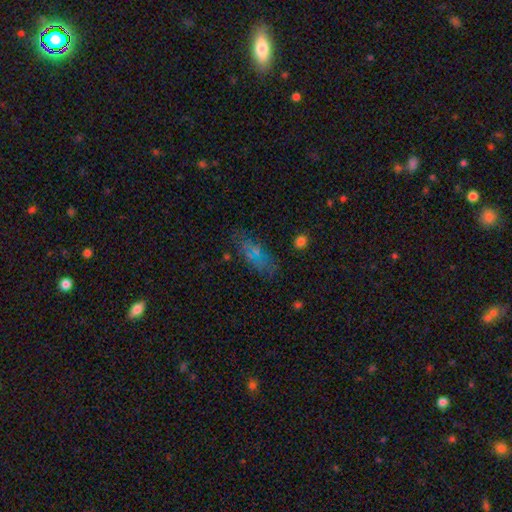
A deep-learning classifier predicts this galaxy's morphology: type=smooth (50%); roundness=in between (73%); merging=none (65%).